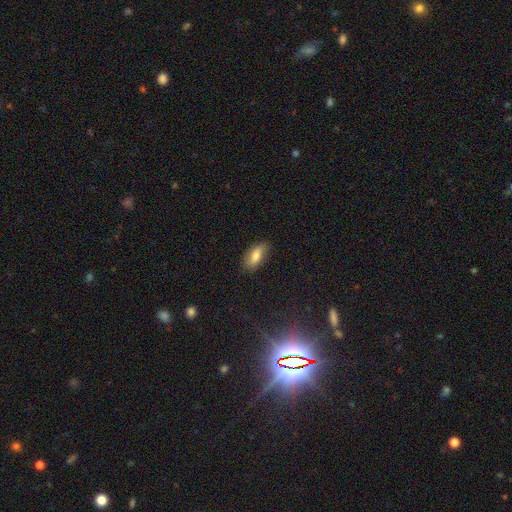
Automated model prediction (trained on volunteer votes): The model was most divided on "merging": none: 80%, minor disturbance: 16%, major disturbance: 3%, merger: 1%. More confident: how rounded — in between (84%); smooth or featured — smooth (79%).